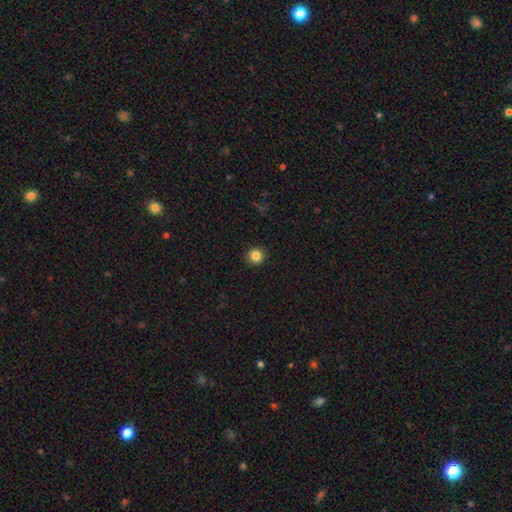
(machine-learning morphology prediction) A smooth galaxy with no disk features (84%) that is round (95%). Merging: none (93%).